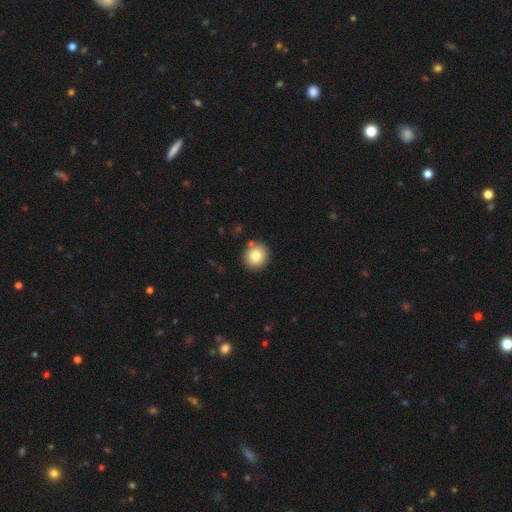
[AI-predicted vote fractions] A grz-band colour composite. It shows a smooth galaxy with no disk features (82%) that is round (90%). Merging: none (85%).